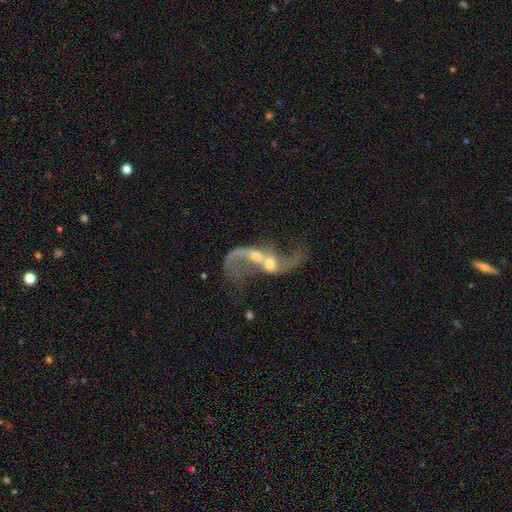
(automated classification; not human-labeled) Smooth or featured? featured or disk (74%)
Edge-on disk? no (95%)
Bar? no (60%)
Spiral arms? yes (74%)
Spiral winding? loose (89%)
Spiral arm count? 2 (74%)
Bulge size? moderate (52%)
Merging? merger (77%)